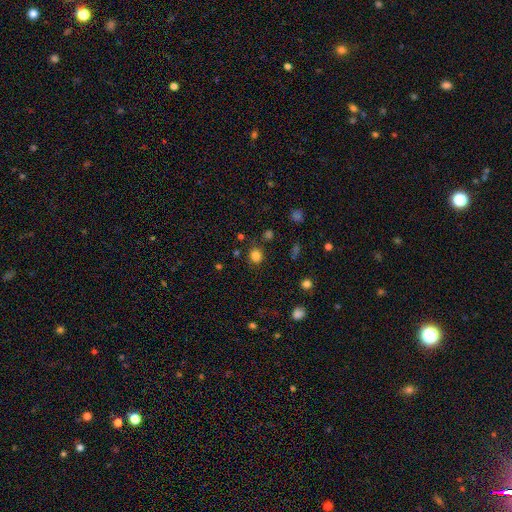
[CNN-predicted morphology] Smooth or featured? Predicted: smooth (p=0.82). How rounded? Predicted: round (p=0.83). Merging? Predicted: none (p=0.85).